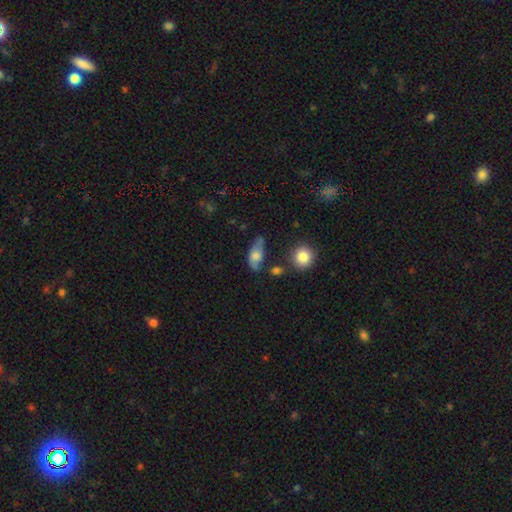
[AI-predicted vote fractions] Q: Smooth or featured?
A: smooth (64%); runner-up: featured or disk (28%)
Q: How rounded?
A: in between (82%); runner-up: cigar-shaped (11%)
Q: Merging?
A: none (44%); runner-up: minor disturbance (34%)